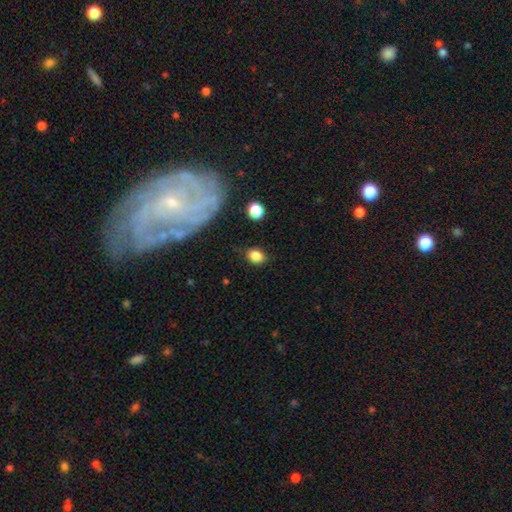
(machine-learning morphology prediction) type=smooth (84%); roundness=in between (61%); merging=none (80%).